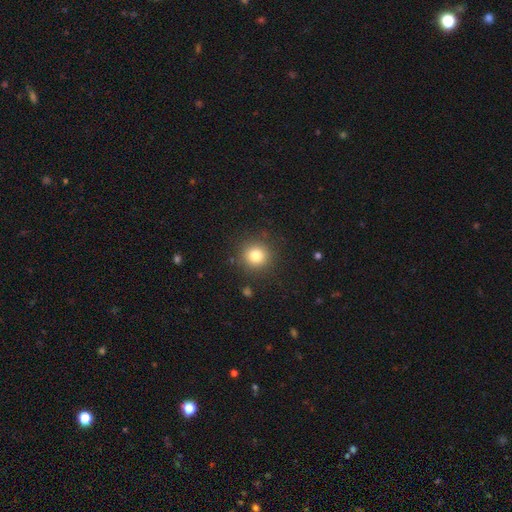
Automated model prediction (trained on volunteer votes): Smooth or featured? Predicted: smooth (p=0.80). How rounded? Predicted: round (p=0.93). Merging? Predicted: none (p=0.88).